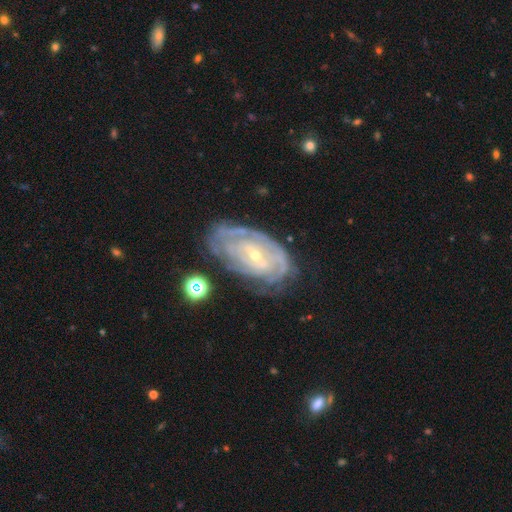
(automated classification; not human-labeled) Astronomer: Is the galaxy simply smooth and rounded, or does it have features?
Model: featured or disk — 83%.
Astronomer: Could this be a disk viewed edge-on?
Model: no — 95%.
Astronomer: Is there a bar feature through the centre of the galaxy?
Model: no — 45% (runner-up: weak, 40%).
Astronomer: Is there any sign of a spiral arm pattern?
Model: yes — 87%.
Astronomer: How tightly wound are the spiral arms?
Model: tight — 75%.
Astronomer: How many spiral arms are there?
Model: can't tell — 53%.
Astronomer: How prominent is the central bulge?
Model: small — 72%.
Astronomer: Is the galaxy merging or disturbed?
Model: none — 63%.